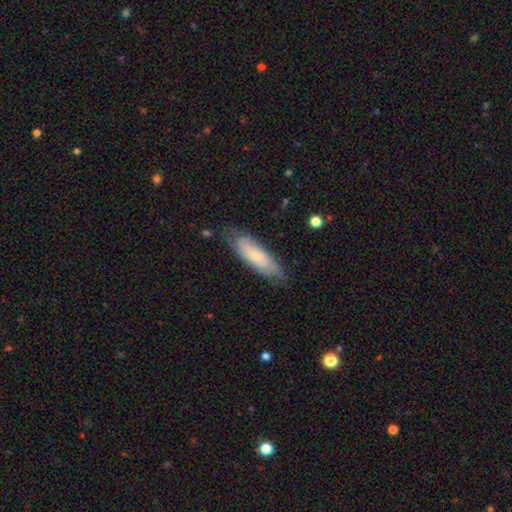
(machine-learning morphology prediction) Smooth or featured? Predicted: smooth (p=0.57). How rounded? Predicted: in between (p=0.53). Merging? Predicted: none (p=0.74).